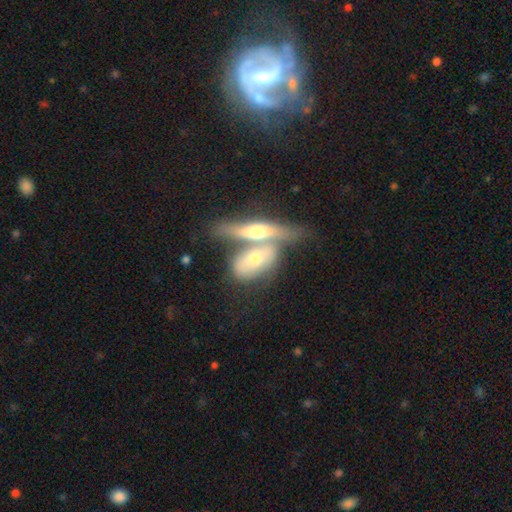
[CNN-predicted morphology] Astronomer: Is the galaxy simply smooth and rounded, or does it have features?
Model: featured or disk — 54% (runner-up: smooth, 40%).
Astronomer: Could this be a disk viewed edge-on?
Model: yes — 58% (runner-up: no, 42%).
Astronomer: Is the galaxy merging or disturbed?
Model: merger — 61%.